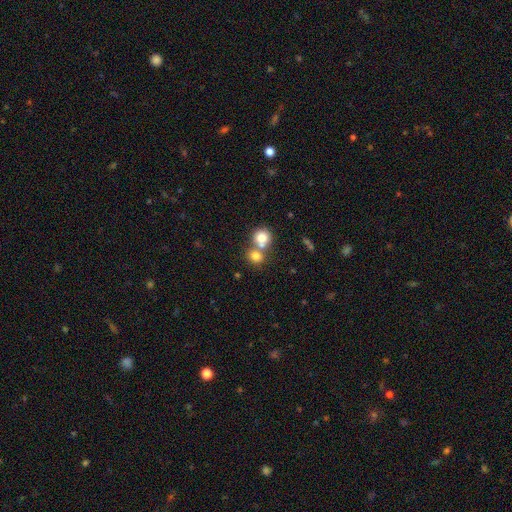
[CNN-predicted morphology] This is likely a smooth galaxy (77%). How rounded: likely round (78%). Merging: possibly merger (53%).